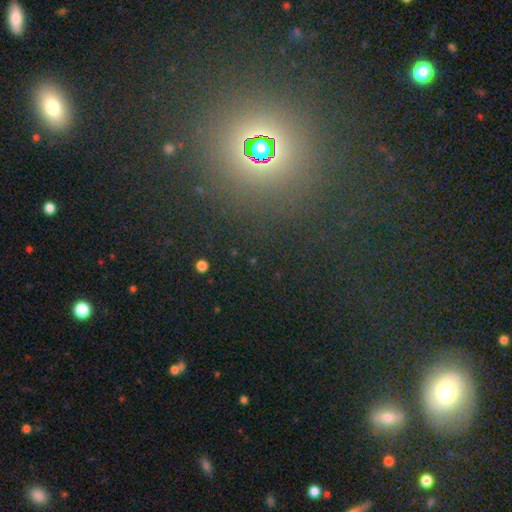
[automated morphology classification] Q: Smooth or featured?
A: star or artifact (58%); runner-up: smooth (30%)